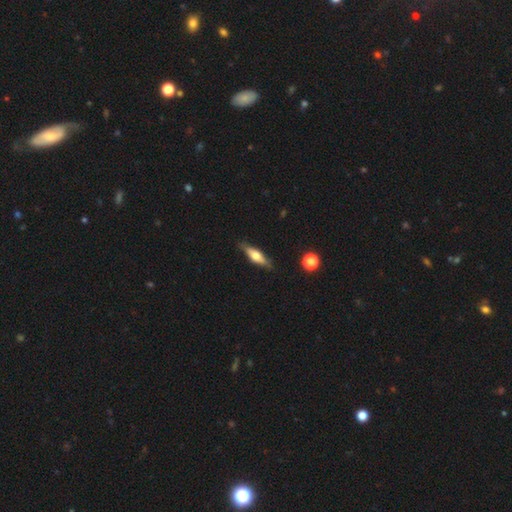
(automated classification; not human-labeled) Smooth or featured? Predicted: featured or disk (p=0.51). Edge-on disk? Predicted: yes (p=0.91). Merging? Predicted: none (p=0.85).